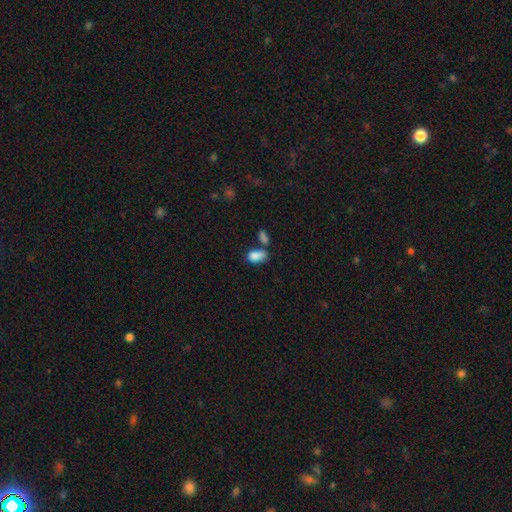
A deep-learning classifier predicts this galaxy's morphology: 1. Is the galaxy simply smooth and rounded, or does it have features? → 86% smooth, 8% star or artifact, 6% featured or disk.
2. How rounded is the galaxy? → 91% in between, 5% round, 4% cigar-shaped.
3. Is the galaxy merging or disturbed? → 44% none, 30% merger, 18% minor disturbance, 7% major disturbance.